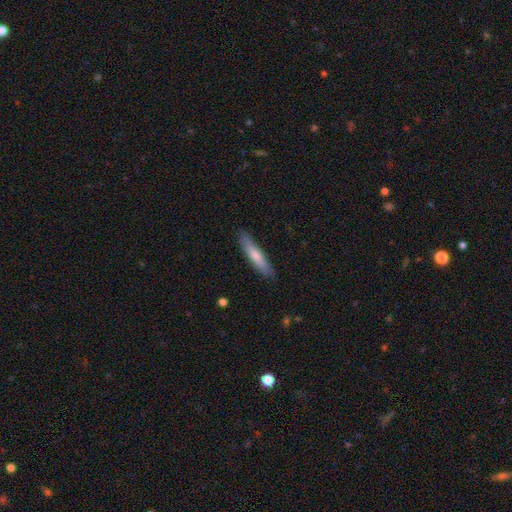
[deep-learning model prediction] smooth_or_featured: smooth (p=0.71) [alt: featured or disk p=0.24]
how_rounded: cigar-shaped (p=0.87) [alt: in between p=0.12]
merging: none (p=0.88) [alt: minor disturbance p=0.09]